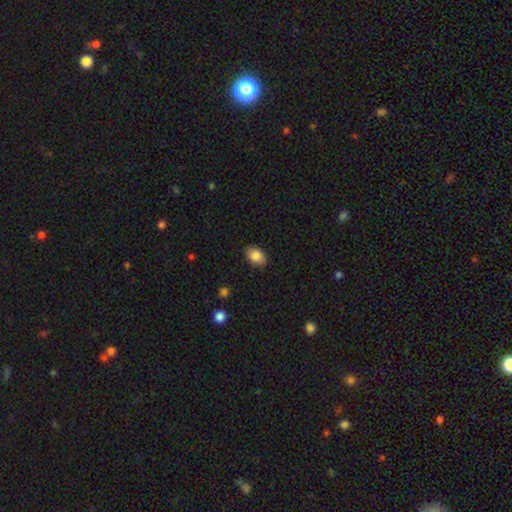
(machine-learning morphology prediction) smooth 86%, star or artifact 8%, featured or disk 6%. Down the decision tree: how rounded — in between (83%); merging — none (86%).